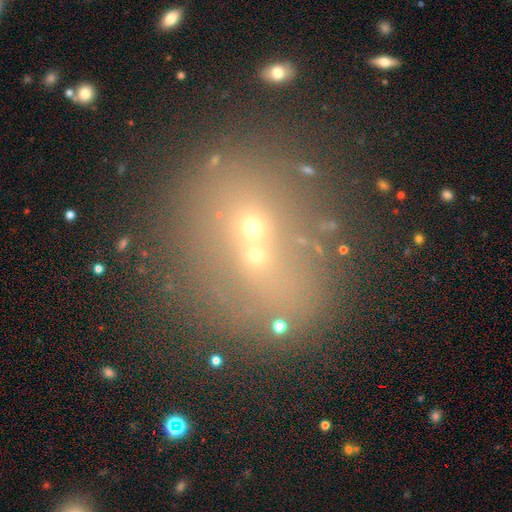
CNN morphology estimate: type=smooth (42%); merging=none (50%).